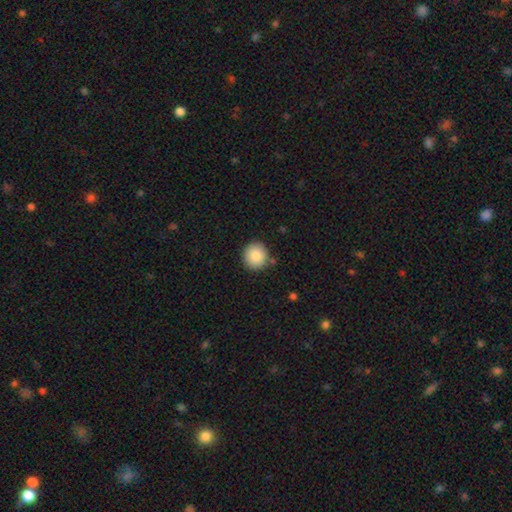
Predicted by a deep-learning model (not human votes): Smooth or featured? Predicted: smooth (p=0.88). How rounded? Predicted: round (p=0.91). Merging? Predicted: none (p=0.86).